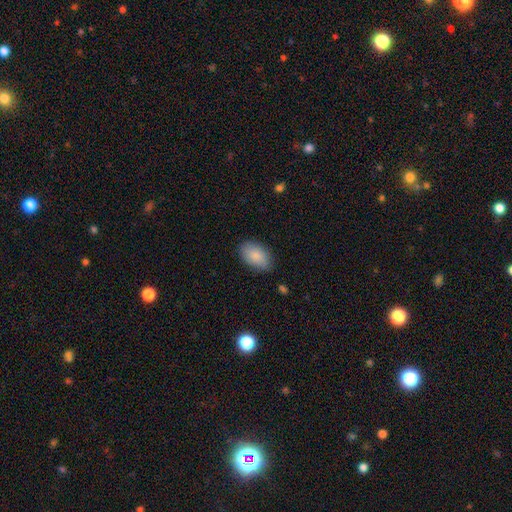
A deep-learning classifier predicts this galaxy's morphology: This is clearly a smooth galaxy (86%). How rounded: clearly in between (91%). Merging: clearly none (82%).